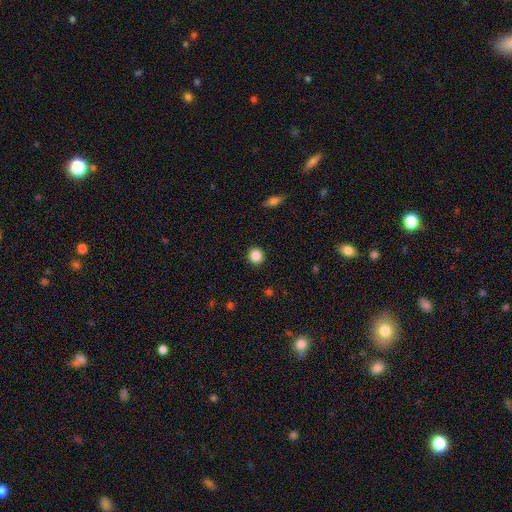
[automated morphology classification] Smooth or featured: smooth — 86% (star or artifact — 10%)
How rounded: round — 91% (in between — 8%)
Merging: none — 92% (minor disturbance — 5%)